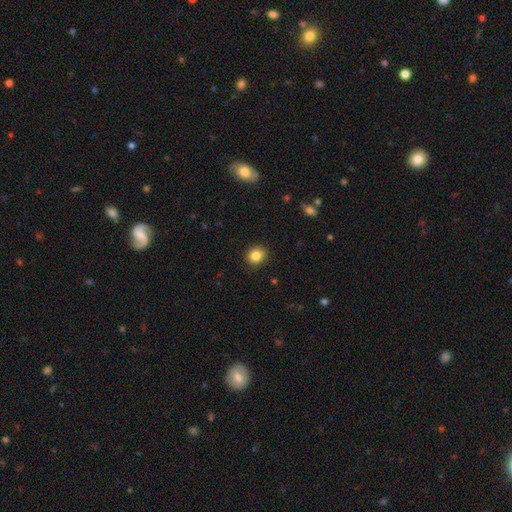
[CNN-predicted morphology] Q: Smooth or featured?
A: smooth (85%); runner-up: star or artifact (10%)
Q: How rounded?
A: round (70%); runner-up: in between (29%)
Q: Merging?
A: none (90%); runner-up: minor disturbance (7%)